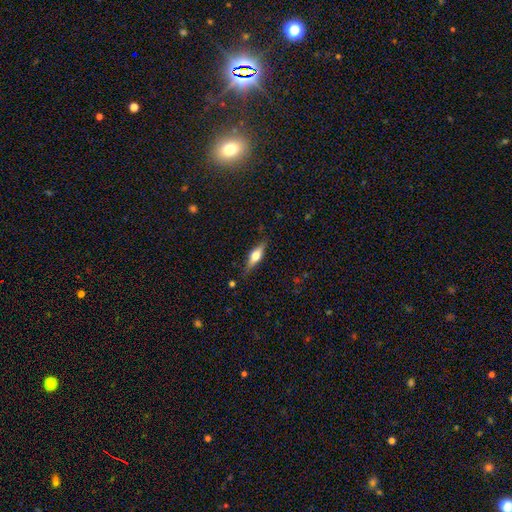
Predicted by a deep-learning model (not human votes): smooth 52%, featured or disk 41%, star or artifact 6%. Down the decision tree: how rounded — cigar-shaped (51%); merging — none (81%).